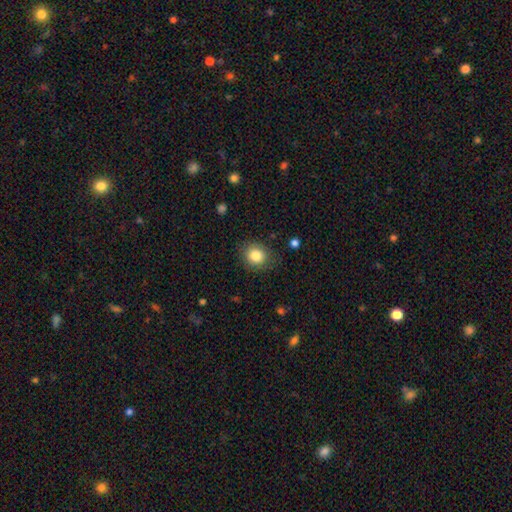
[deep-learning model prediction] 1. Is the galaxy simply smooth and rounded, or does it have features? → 83% smooth, 10% star or artifact, 7% featured or disk.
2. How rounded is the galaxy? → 71% round, 28% in between, 1% cigar-shaped.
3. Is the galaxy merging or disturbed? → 83% none, 12% minor disturbance, 3% major disturbance, 1% merger.